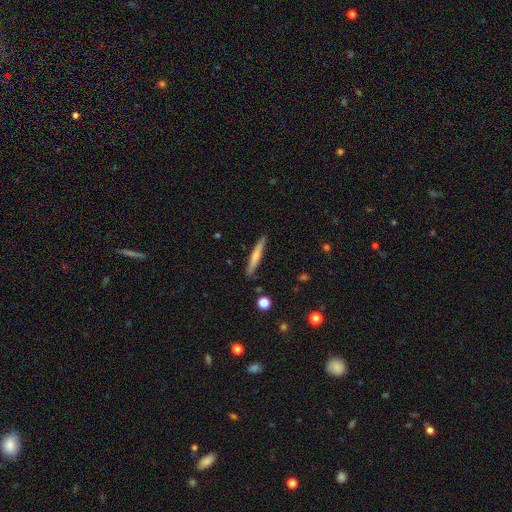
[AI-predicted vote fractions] Smooth or featured? smooth (59%)
How rounded? cigar-shaped (94%)
Merging? none (85%)